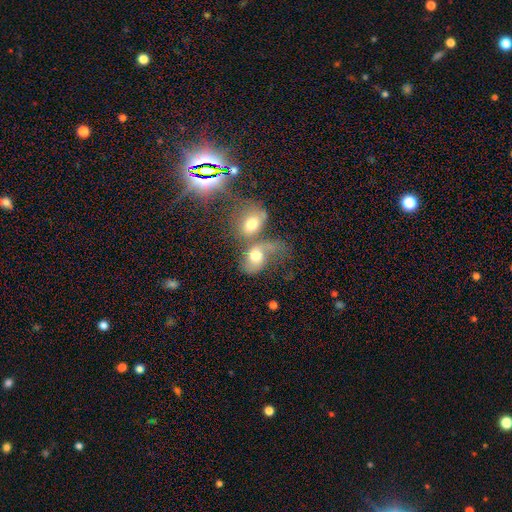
smooth-or-featured: smooth: 55% | featured or disk: 42% | star or artifact: 2%
  how-rounded: in between: 86% | round: 14% | cigar-shaped: 0%
  merging: major disturbance: 36% (tied) | merger: 36% (tied) | none: 18% | minor disturbance: 10%